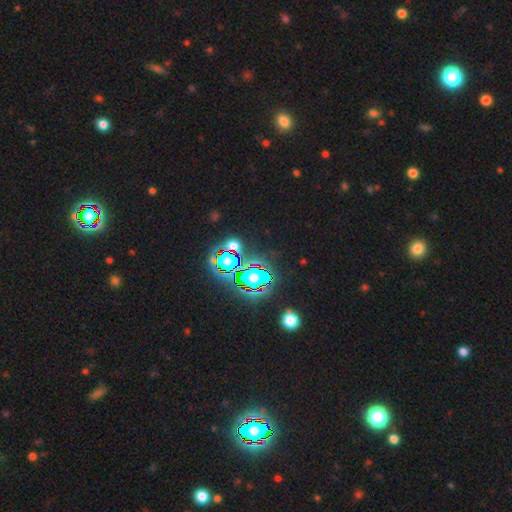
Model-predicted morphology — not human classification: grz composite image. It shows a star or artifact, not a galaxy (81%).